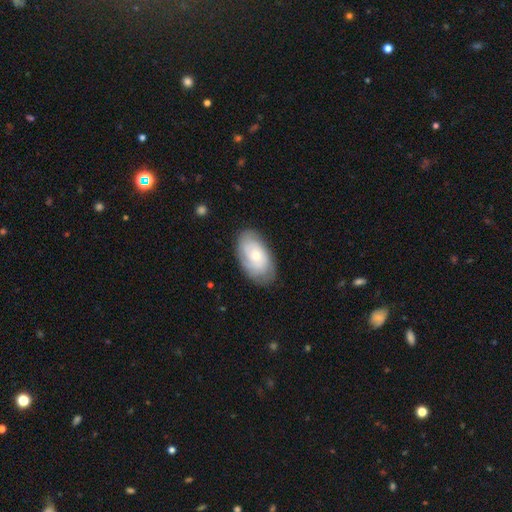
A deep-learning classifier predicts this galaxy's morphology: The model was most divided on "smooth or featured": featured or disk: 52%, smooth: 42%, star or artifact: 6%. More confident: edge-on disk — no (93%); merging — none (77%).